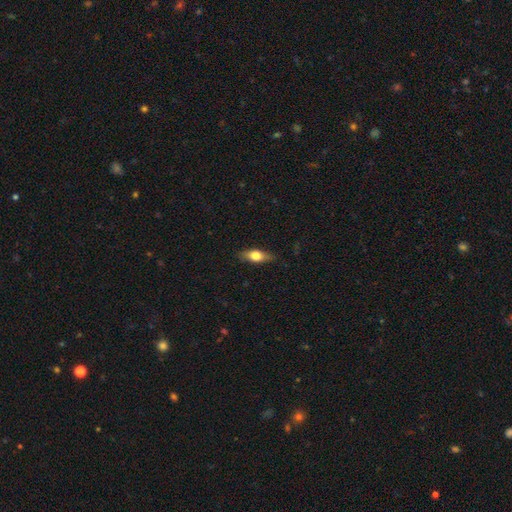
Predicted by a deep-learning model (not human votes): A smooth galaxy with no disk features (64%) that is in between round and cigar-shaped (70%). Merging: none (80%).